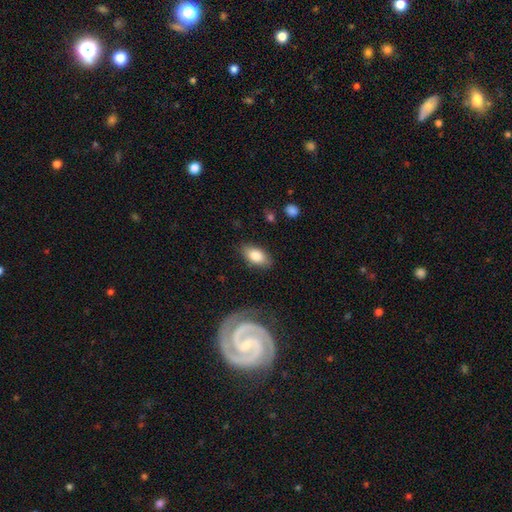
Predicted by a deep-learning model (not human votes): smooth-or-featured: smooth: 81% | featured or disk: 12% | star or artifact: 7%
  how-rounded: in between: 92% | round: 5% | cigar-shaped: 4%
  merging: none: 81% | minor disturbance: 13% | major disturbance: 4% | merger: 2%